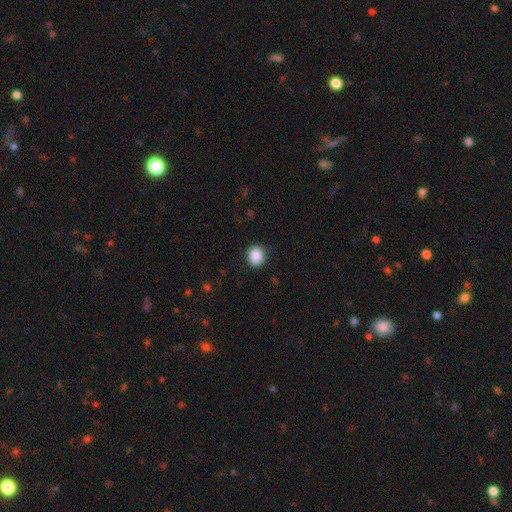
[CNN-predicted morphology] type=smooth (88%); roundness=round (77%); merging=none (87%).